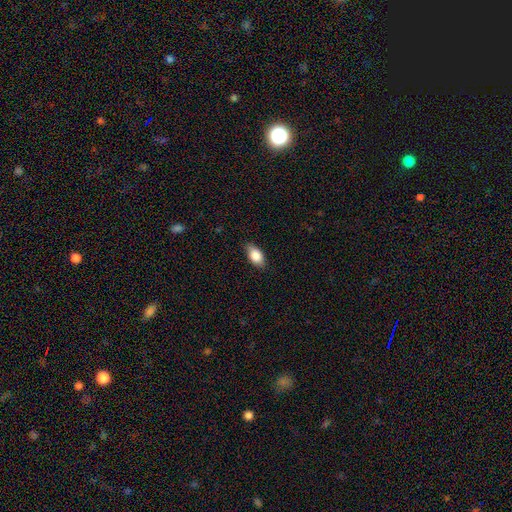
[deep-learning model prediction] A smooth galaxy with no disk features (85%) that is in between round and cigar-shaped (91%). Merging: none (82%).